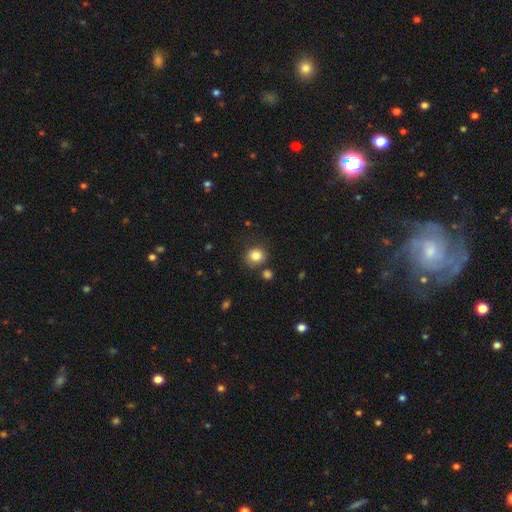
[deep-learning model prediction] smooth_or_featured: smooth (p=0.83) [alt: star or artifact p=0.10]
how_rounded: round (p=0.80) [alt: in between p=0.19]
merging: none (p=0.75) [alt: minor disturbance p=0.14]